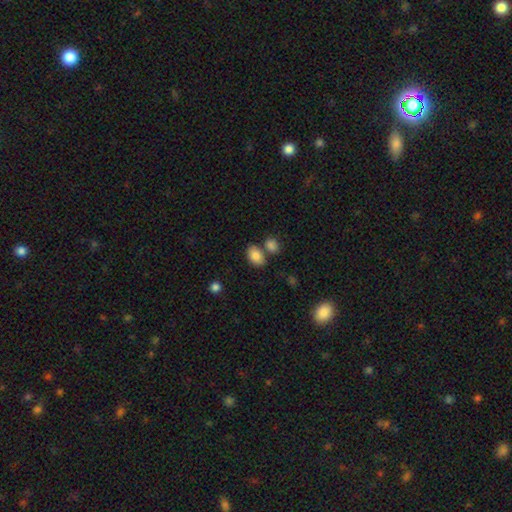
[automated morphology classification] Smooth or featured? Predicted: smooth (p=0.85). How rounded? Predicted: in between (p=0.85). Merging? Predicted: none (p=0.62).